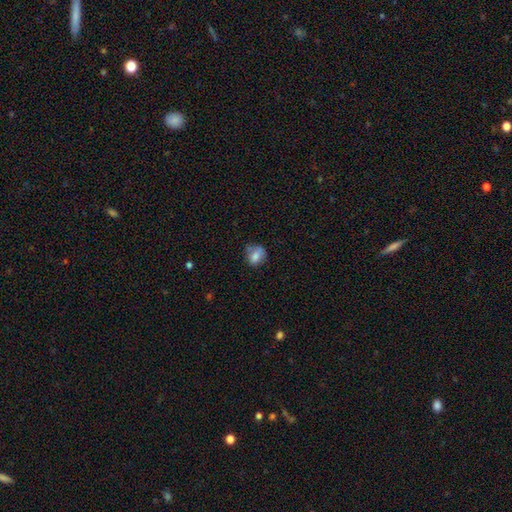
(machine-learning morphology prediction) type=smooth (74%); roundness=round (57%); merging=none (59%).